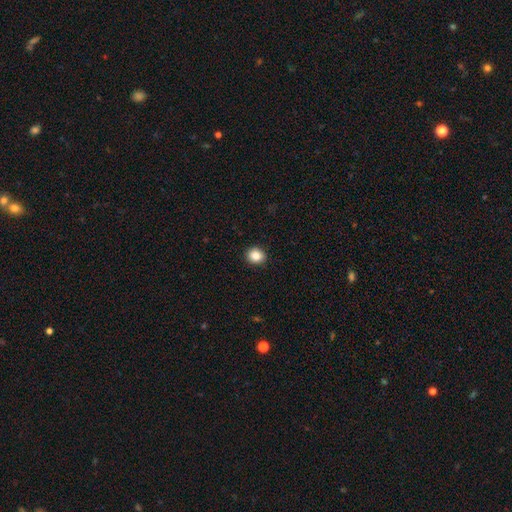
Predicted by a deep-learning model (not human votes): smooth-or-featured: smooth: 86% | star or artifact: 10% | featured or disk: 4%
  how-rounded: round: 79% | in between: 20% | cigar-shaped: 1%
  merging: none: 92% | minor disturbance: 6% | major disturbance: 2% | merger: 1%